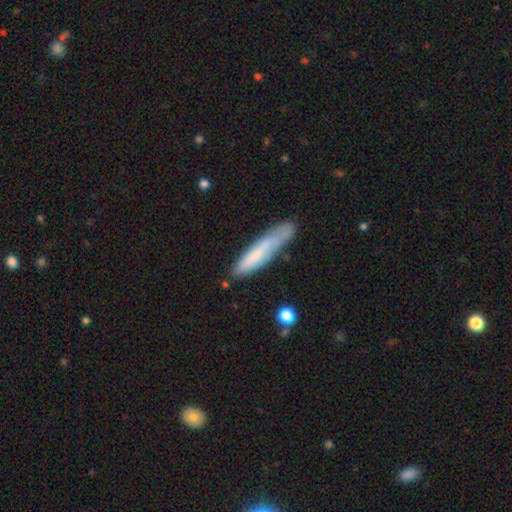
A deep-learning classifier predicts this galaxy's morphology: Smooth or featured?
  - smooth: 65% *
  - featured or disk: 29%
  - star or artifact: 6%
How rounded?
  - cigar-shaped: 85% *
  - in between: 13%
  - round: 1%
Merging?
  - none: 59% *
  - minor disturbance: 27%
  - major disturbance: 9%
  - merger: 6%